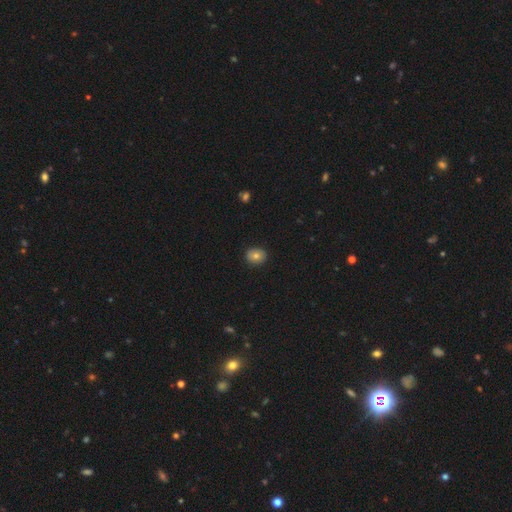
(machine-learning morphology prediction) Smooth or featured?
  - smooth: 78% *
  - featured or disk: 12%
  - star or artifact: 10%
How rounded?
  - round: 60% *
  - in between: 39%
  - cigar-shaped: 1%
Merging?
  - none: 88% *
  - minor disturbance: 9%
  - major disturbance: 2%
  - merger: 1%